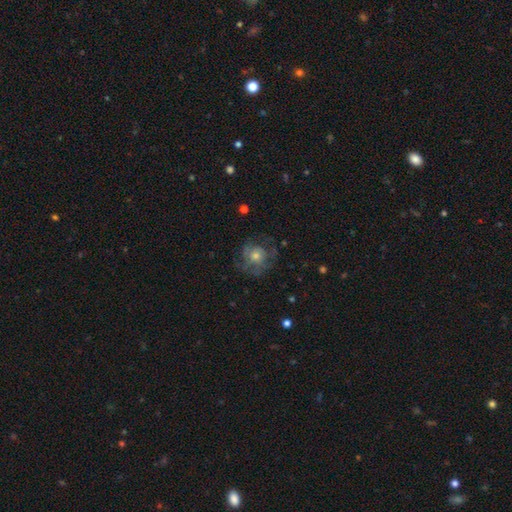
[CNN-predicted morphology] This is possibly a featured or disk galaxy (56%). It is clearly not viewed edge-on (97%). Bar: clearly no (84%). Spiral arm pattern: likely yes (68%). Central bulge: possibly moderate (57%). Merging: likely none (68%).